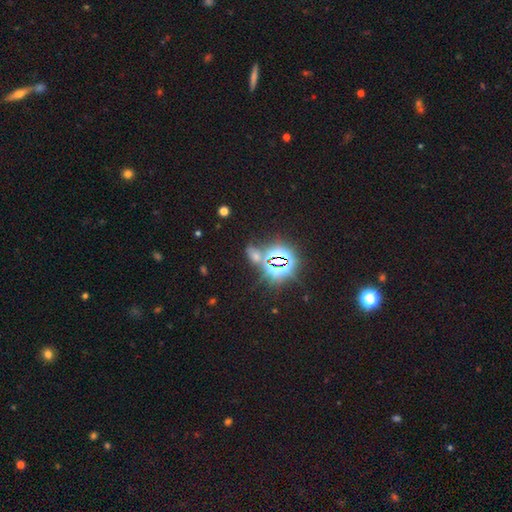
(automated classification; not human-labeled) The model was most divided on "smooth or featured": star or artifact: 67%, smooth: 23%, featured or disk: 9%.